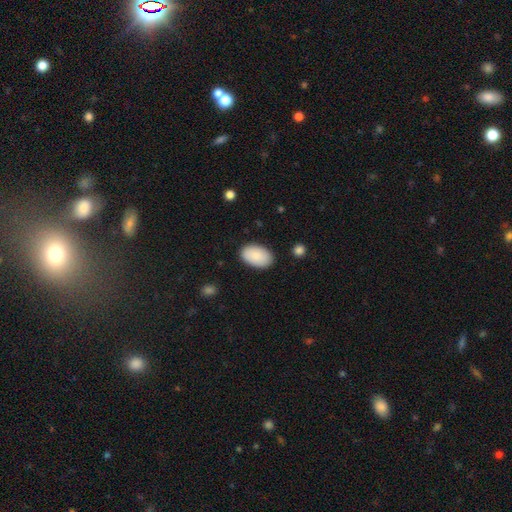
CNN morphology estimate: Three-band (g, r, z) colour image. It shows a smooth galaxy with no disk features (87%) that is in between round and cigar-shaped (94%). Merging: none (87%).